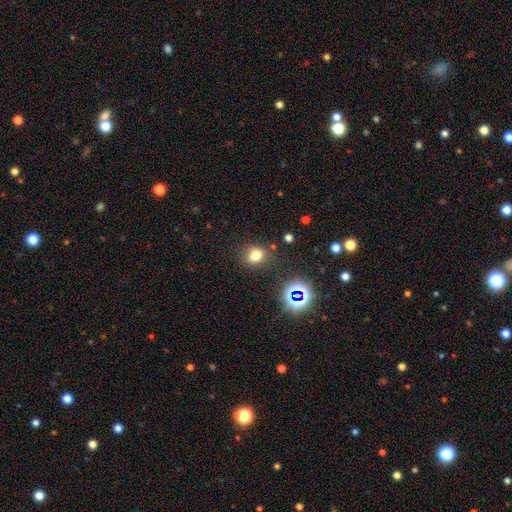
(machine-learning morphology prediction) A smooth galaxy with no disk features (70%) that is round (50%). Merging: none (79%).